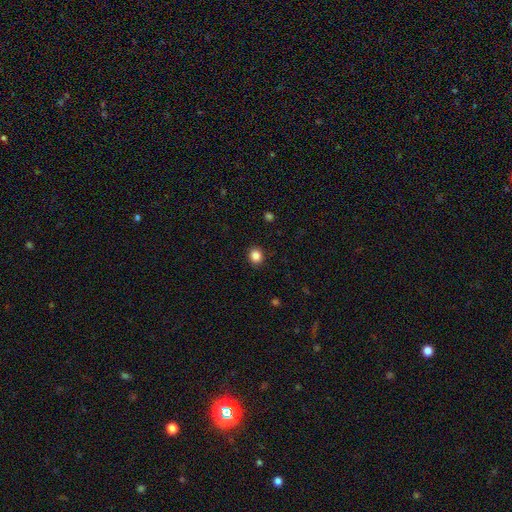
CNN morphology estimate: A smooth galaxy with no disk features (86%) that is round (78%).

Vote fractions:
- Smooth or featured? smooth: 86% / star or artifact: 11% / featured or disk: 4%
- How rounded? round: 78% / in between: 21% / cigar-shaped: 1%
- Merging? none: 91% / minor disturbance: 6% / major disturbance: 2% / merger: 1%